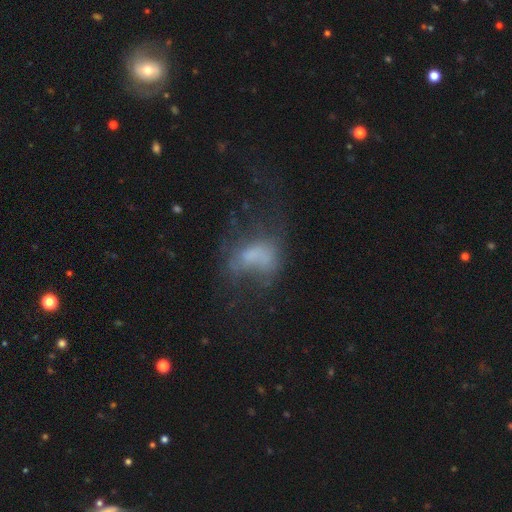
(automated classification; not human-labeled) The model was most divided on "smooth or featured": featured or disk: 43%, smooth: 39%, star or artifact: 18%. Remaining: merging — major disturbance (45%).